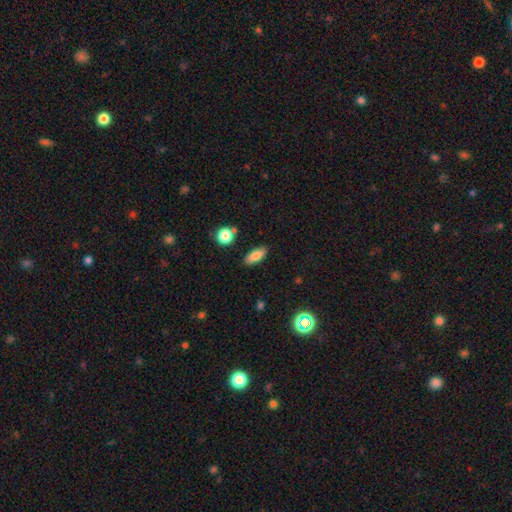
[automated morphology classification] type=smooth (80%); roundness=in between (76%); merging=none (85%).